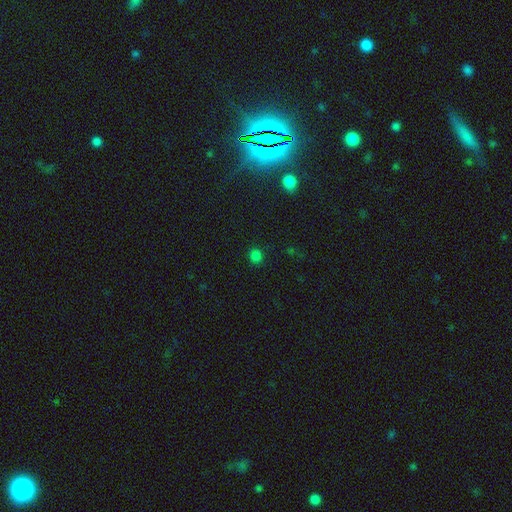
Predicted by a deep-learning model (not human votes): Smooth or featured: smooth — 77% (star or artifact — 19%)
How rounded: round — 82% (in between — 17%)
Merging: none — 87% (minor disturbance — 8%)